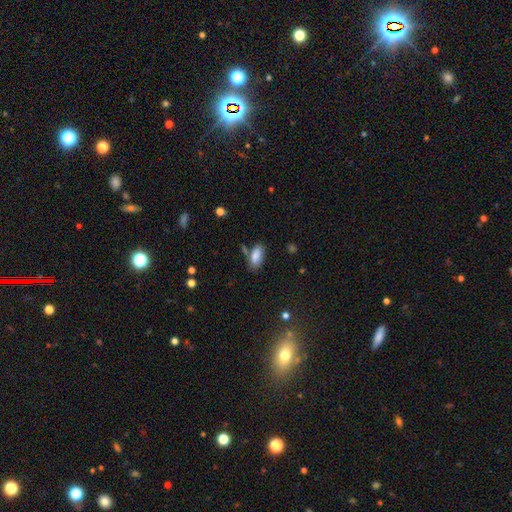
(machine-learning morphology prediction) Smooth or featured?
  - smooth: 84% *
  - featured or disk: 8%
  - star or artifact: 8%
How rounded?
  - in between: 89% *
  - cigar-shaped: 9%
  - round: 2%
Merging?
  - none: 66% *
  - minor disturbance: 19%
  - merger: 10%
  - major disturbance: 5%